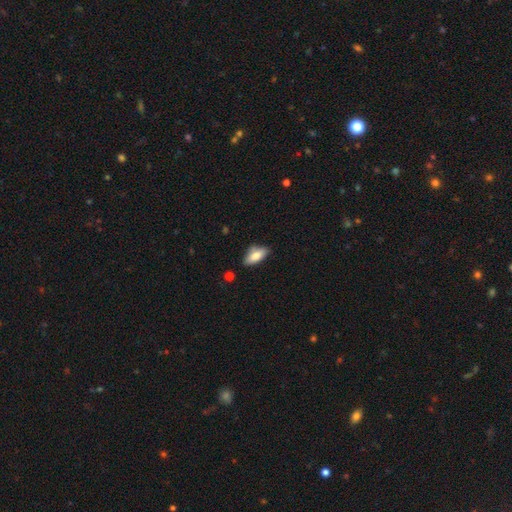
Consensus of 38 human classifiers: Smooth or featured?
  - smooth: 68% *
  - featured or disk: 32%
  - star or artifact: 0%
How rounded?
  - in between: 88% *
  - cigar-shaped: 12%
  - round: 0%
Merging?
  - none: 53% *
  - minor disturbance: 39%
  - major disturbance: 8%
  - merger: 0%